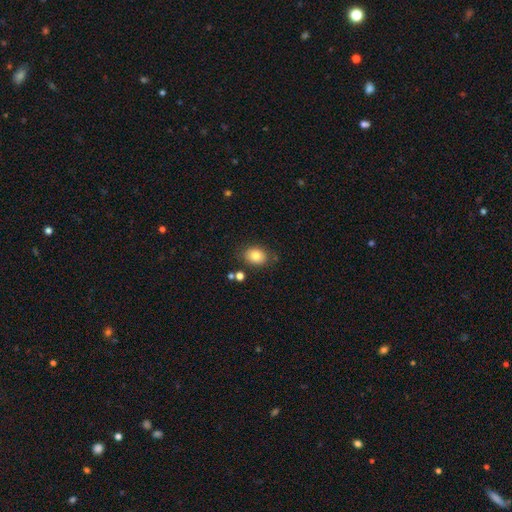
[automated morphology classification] This appears to be a smooth galaxy with no disk features (82%) that is in between round and cigar-shaped (60%). Merging: none (80%).